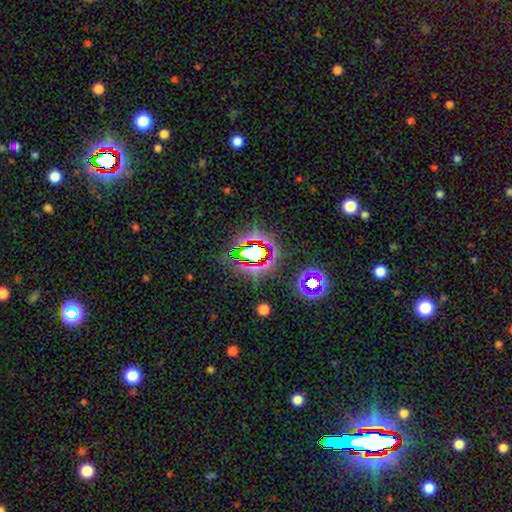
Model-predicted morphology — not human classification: This is likely a star or artifact rather than a galaxy (66%).